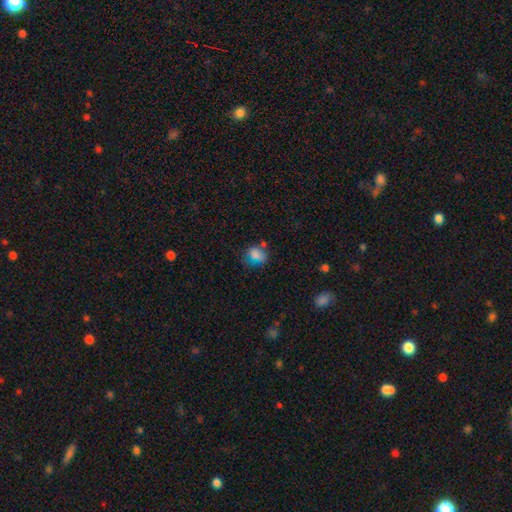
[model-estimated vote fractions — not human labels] The model was most divided on "how rounded": in between: 58%, round: 40%, cigar-shaped: 2%. Remaining: smooth or featured — smooth (75%); merging — none (47%).